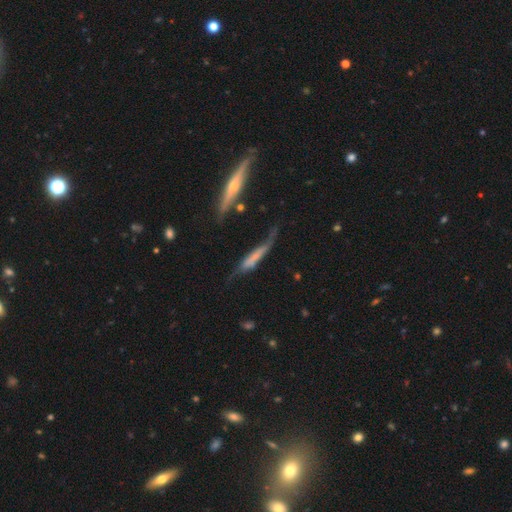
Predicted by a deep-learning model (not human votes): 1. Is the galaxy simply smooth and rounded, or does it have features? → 53% featured or disk, 40% smooth, 7% star or artifact.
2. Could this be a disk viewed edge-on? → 73% yes, 27% no.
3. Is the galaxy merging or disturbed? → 42% none, 30% minor disturbance, 20% major disturbance, 8% merger.